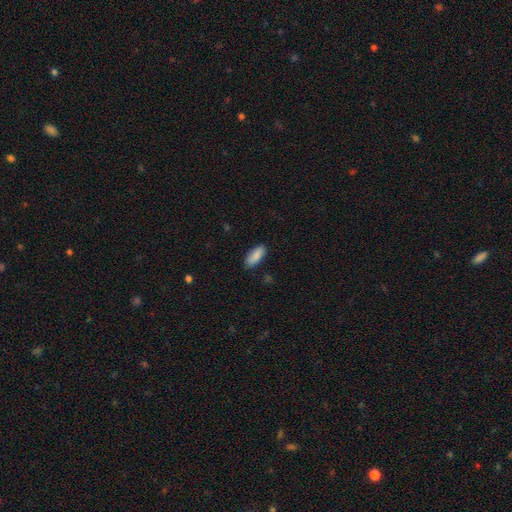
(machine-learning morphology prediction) Q: Smooth or featured?
A: smooth (88%); runner-up: star or artifact (6%)
Q: How rounded?
A: in between (83%); runner-up: cigar-shaped (16%)
Q: Merging?
A: none (85%); runner-up: minor disturbance (11%)